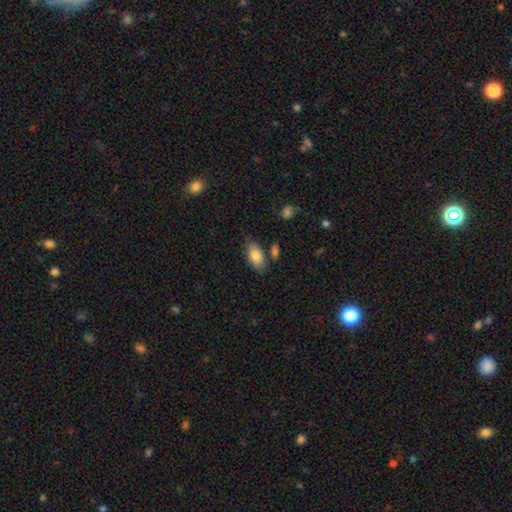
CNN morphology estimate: Overall: smooth (84%). How rounded: in between (93%). Merging: none (78%).